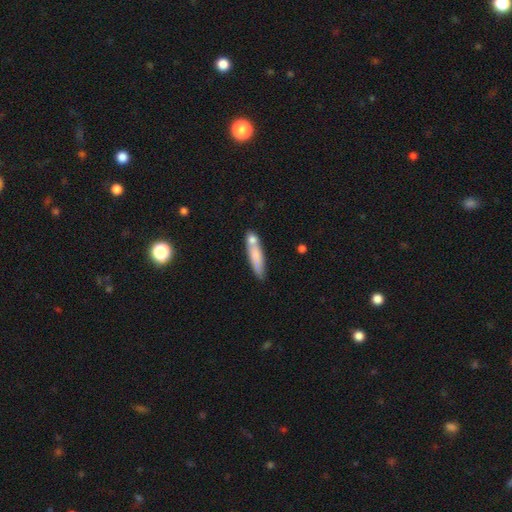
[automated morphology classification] This is likely a smooth galaxy (72%). How rounded: likely cigar-shaped (78%). Merging: possibly none (53%).